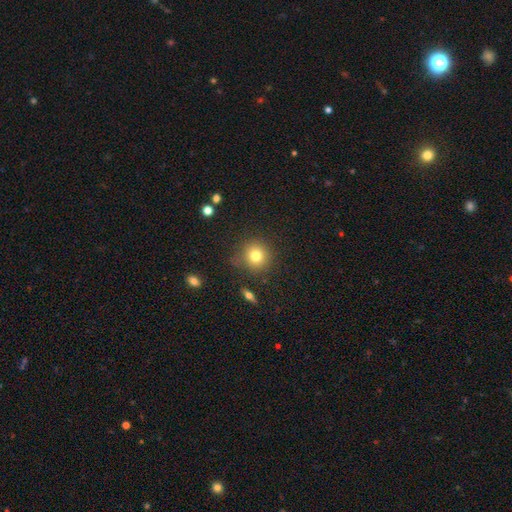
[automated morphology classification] Smooth or featured?
  - smooth: 78% *
  - star or artifact: 12%
  - featured or disk: 9%
How rounded?
  - round: 91% *
  - in between: 8%
  - cigar-shaped: 1%
Merging?
  - none: 83% *
  - minor disturbance: 11%
  - major disturbance: 4%
  - merger: 3%